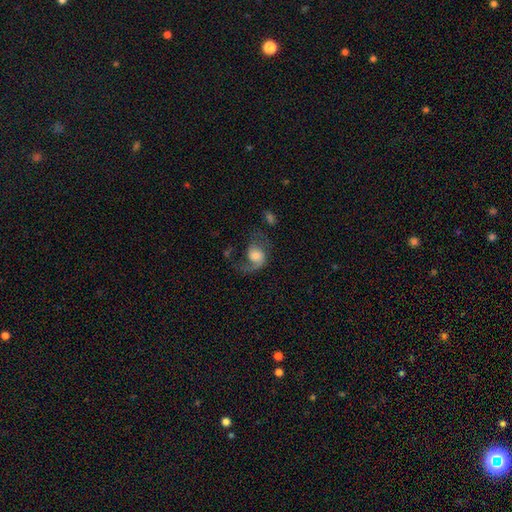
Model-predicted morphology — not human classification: featured or disk 59%, smooth 33%, star or artifact 8%. Down the decision tree: edge-on disk — no (97%); bar — no (72%); spiral arms — yes (88%); spiral arm count — 1 (57%); spiral winding — loose (58%); bulge size — moderate (36%); merging — major disturbance (43%).